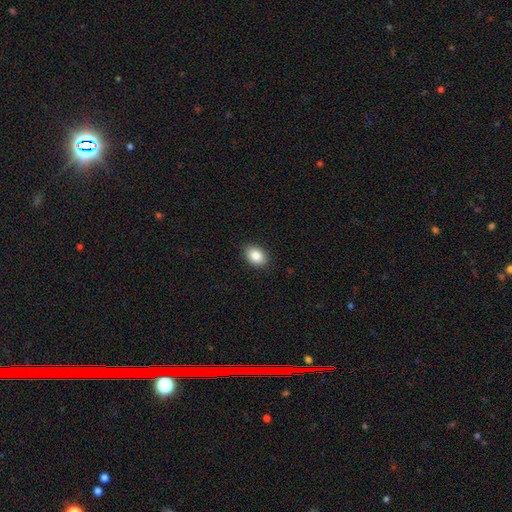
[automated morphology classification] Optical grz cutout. It shows a smooth galaxy with no disk features (86%) that is in between round and cigar-shaped (78%). Merging: none (89%).